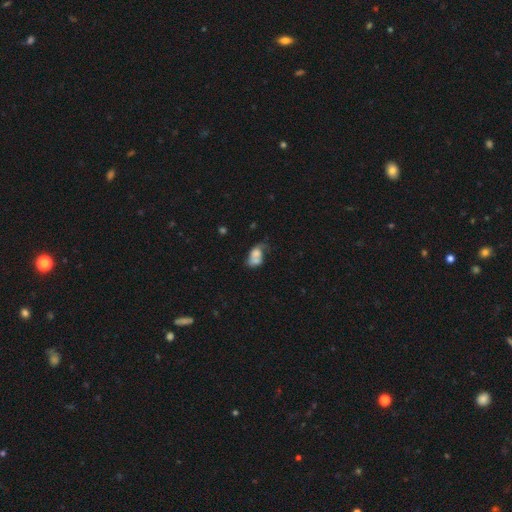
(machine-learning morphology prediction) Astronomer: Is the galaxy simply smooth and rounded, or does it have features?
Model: smooth — 61%.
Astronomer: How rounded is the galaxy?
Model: in between — 77%.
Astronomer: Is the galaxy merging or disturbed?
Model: merger — 45%.